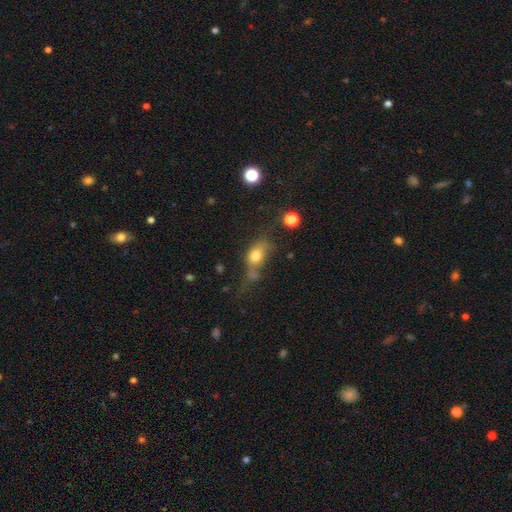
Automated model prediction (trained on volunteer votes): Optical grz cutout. It shows a smooth galaxy with no disk features (70%) that is in between round and cigar-shaped (65%). Merging: none (34%).